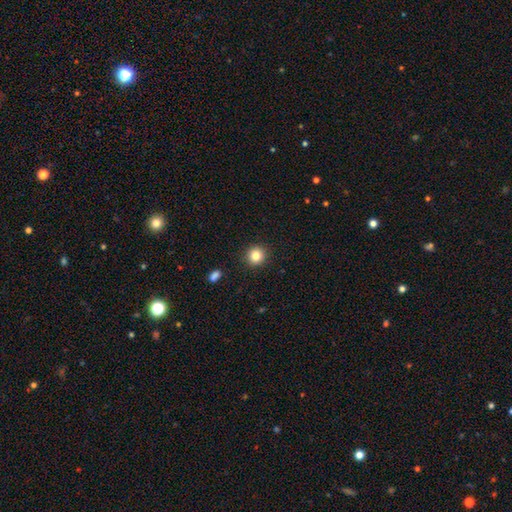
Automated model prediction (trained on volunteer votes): smooth-or-featured: smooth: 83% | star or artifact: 11% | featured or disk: 6%
  how-rounded: round: 93% | in between: 6% | cigar-shaped: 1%
  merging: none: 92% | minor disturbance: 5% | major disturbance: 2% | merger: 1%